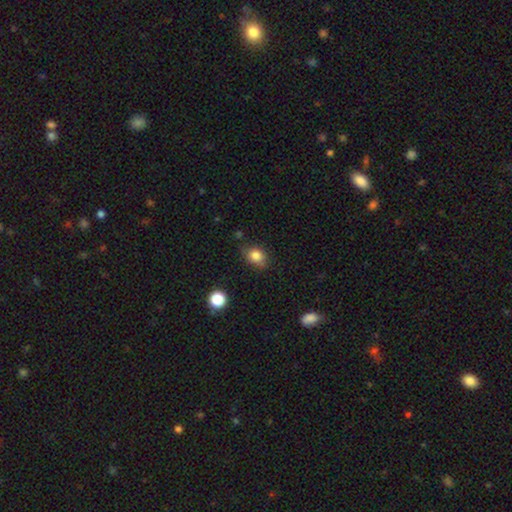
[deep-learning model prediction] smooth 83%, star or artifact 10%, featured or disk 7%. Down the decision tree: how rounded — round (50%); merging — none (72%).